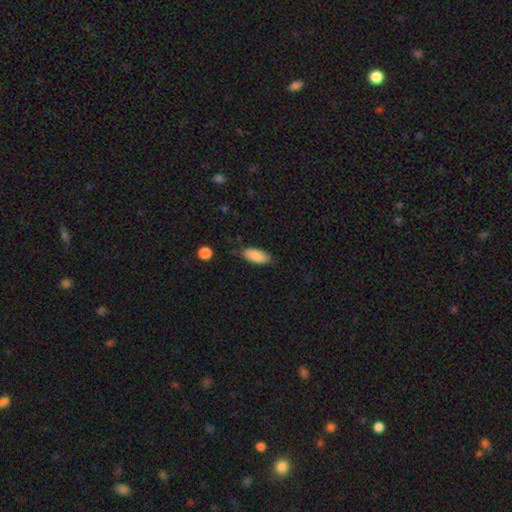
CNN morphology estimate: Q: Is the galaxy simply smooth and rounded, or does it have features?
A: smooth — 88%.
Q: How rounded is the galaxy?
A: in between — 87%.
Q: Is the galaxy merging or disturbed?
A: none — 76%.